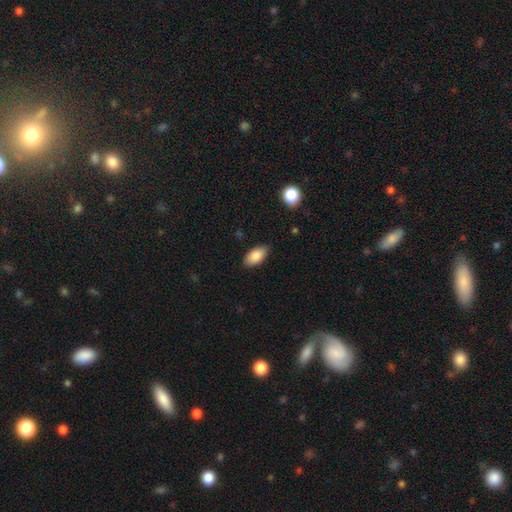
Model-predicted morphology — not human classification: A smooth galaxy with no disk features (84%) that is in between round and cigar-shaped (93%). Merging: none (82%).